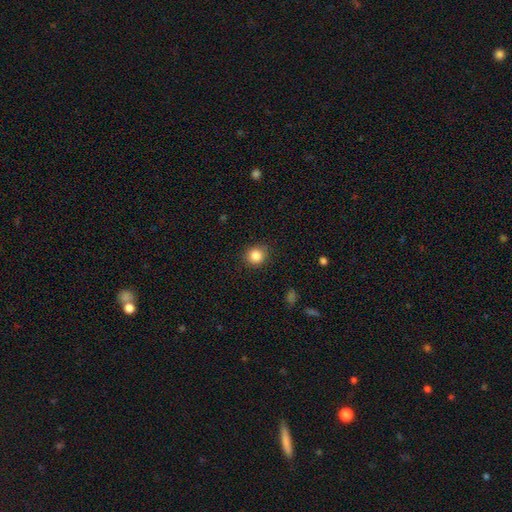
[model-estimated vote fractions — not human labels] Overall: smooth (85%). How rounded: round (83%). Merging: none (87%).